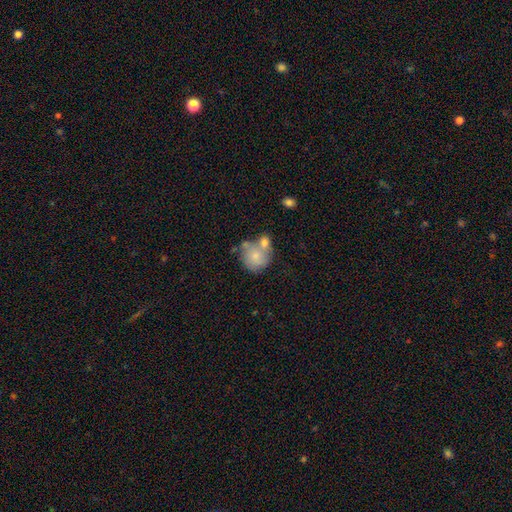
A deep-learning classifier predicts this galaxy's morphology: smooth 68%, featured or disk 25%, star or artifact 7%. Down the decision tree: how rounded — round (77%); merging — merger (40%).